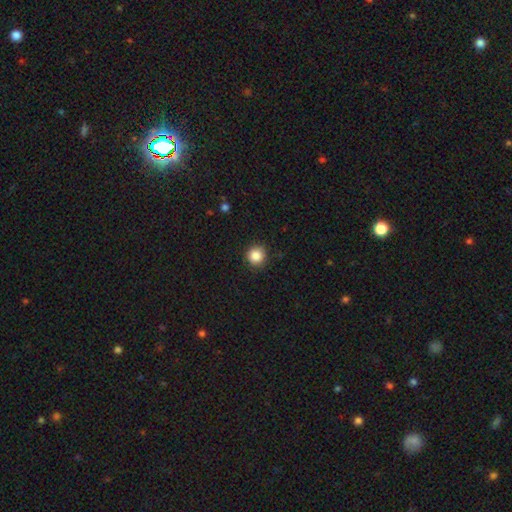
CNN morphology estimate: type=smooth (87%); roundness=round (94%); merging=none (90%).